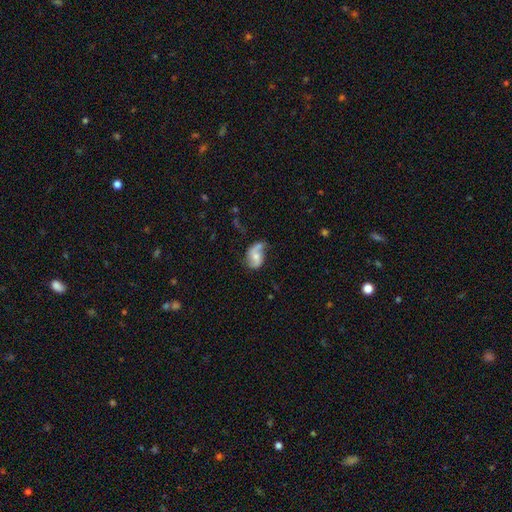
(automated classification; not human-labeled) Smooth or featured? Predicted: featured or disk (p=0.57). Edge-on disk? Predicted: no (p=0.97). Bar? Predicted: no (p=0.59). Spiral arms? Predicted: yes (p=0.83). Bulge size? Predicted: moderate (p=0.51). Merging? Predicted: none (p=0.42).